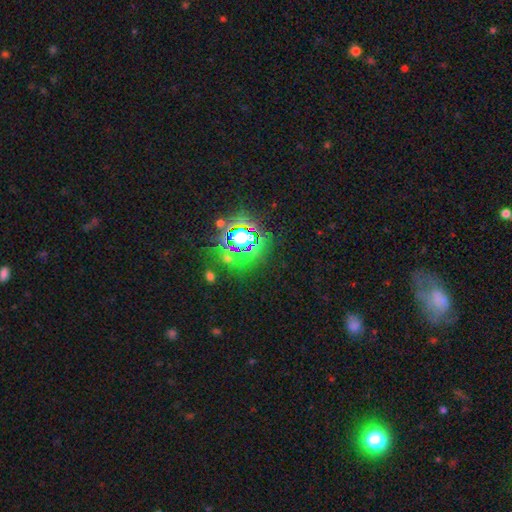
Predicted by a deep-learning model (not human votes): Smooth or featured? Predicted: star or artifact (p=0.80).